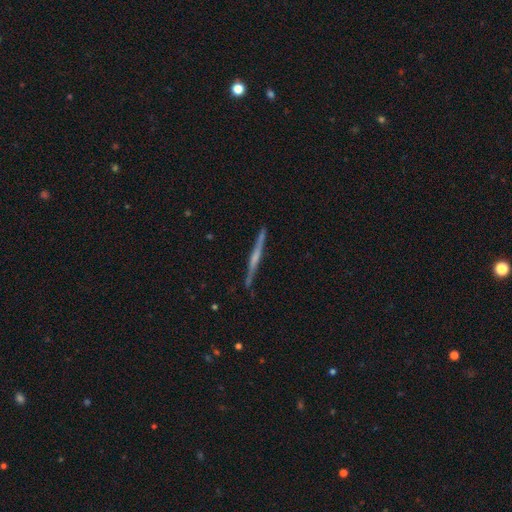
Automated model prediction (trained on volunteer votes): Q: Smooth or featured?
A: featured or disk (68%); runner-up: smooth (26%)
Q: Edge-on disk?
A: yes (98%); runner-up: no (2%)
Q: Edge-on bulge?
A: none (50%); runner-up: rounded (34%)
Q: Merging?
A: none (88%); runner-up: minor disturbance (9%)